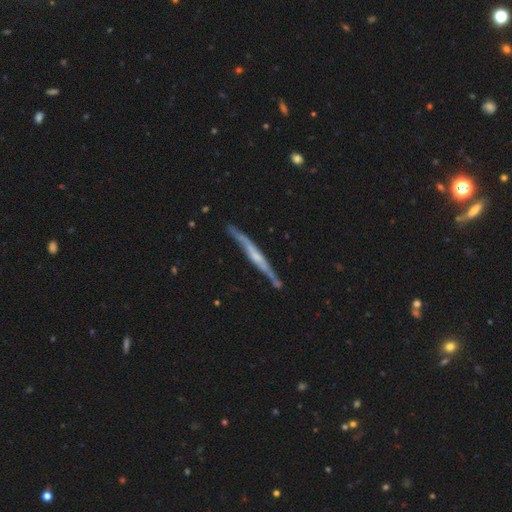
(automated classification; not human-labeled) smooth-or-featured: featured or disk: 74% | smooth: 21% | star or artifact: 5%
  disk-edge-on: yes: 93% | no: 7%
    edge-on-bulge: rounded: 43% | none: 40% | boxy: 17%
  merging: none: 75% | minor disturbance: 18% | merger: 4% | major disturbance: 4%